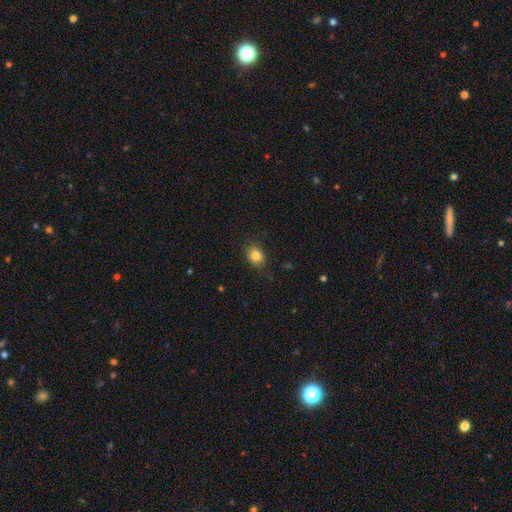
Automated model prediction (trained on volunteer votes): The model was most divided on "how rounded": round: 56%, in between: 43%, cigar-shaped: 1%. More confident: smooth or featured — smooth (82%); merging — none (82%).